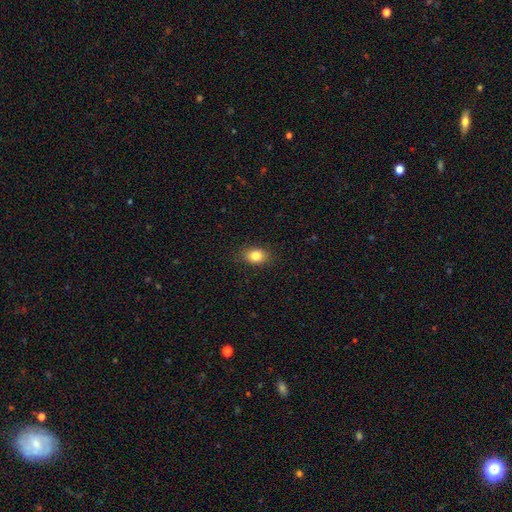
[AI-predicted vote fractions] Smooth or featured: smooth — 84% (star or artifact — 9%)
How rounded: in between — 69% (round — 29%)
Merging: none — 86% (minor disturbance — 10%)